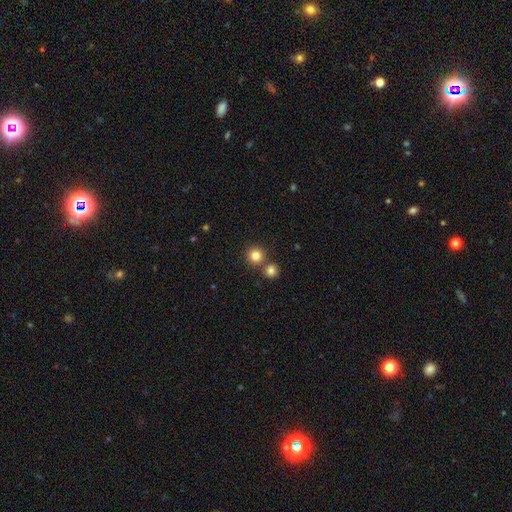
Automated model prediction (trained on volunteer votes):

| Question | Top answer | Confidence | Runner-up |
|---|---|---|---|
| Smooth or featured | smooth | 82% | star or artifact (12%) |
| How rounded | round | 94% | in between (5%) |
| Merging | none | 74% | merger (18%) |